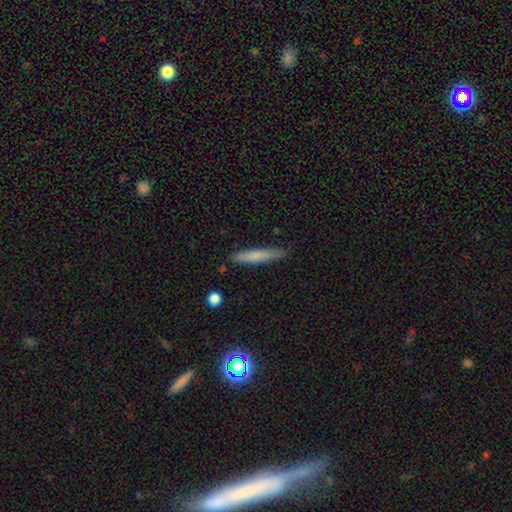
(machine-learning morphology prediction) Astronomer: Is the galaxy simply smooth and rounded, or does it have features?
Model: smooth — 72%.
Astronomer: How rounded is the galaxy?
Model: cigar-shaped — 93%.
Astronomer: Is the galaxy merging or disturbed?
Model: none — 82%.